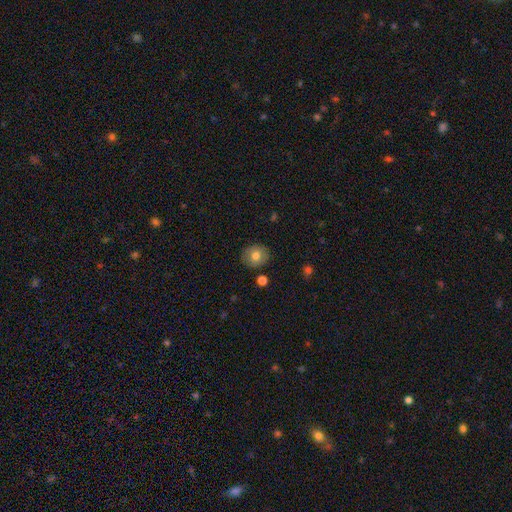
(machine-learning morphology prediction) Smooth or featured?
  - smooth: 76% *
  - featured or disk: 15%
  - star or artifact: 9%
How rounded?
  - round: 72% *
  - in between: 27%
  - cigar-shaped: 1%
Merging?
  - none: 87% *
  - minor disturbance: 9%
  - major disturbance: 2%
  - merger: 2%